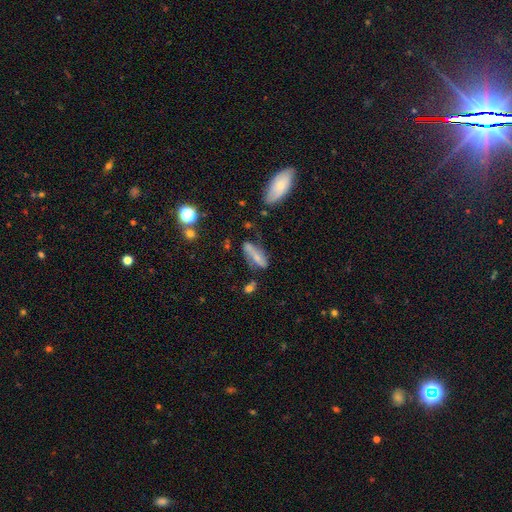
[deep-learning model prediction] smooth_or_featured: smooth (p=0.52) [alt: featured or disk p=0.38]
how_rounded: in between (p=0.55) [alt: cigar-shaped p=0.41]
merging: none (p=0.46) [alt: minor disturbance p=0.29]